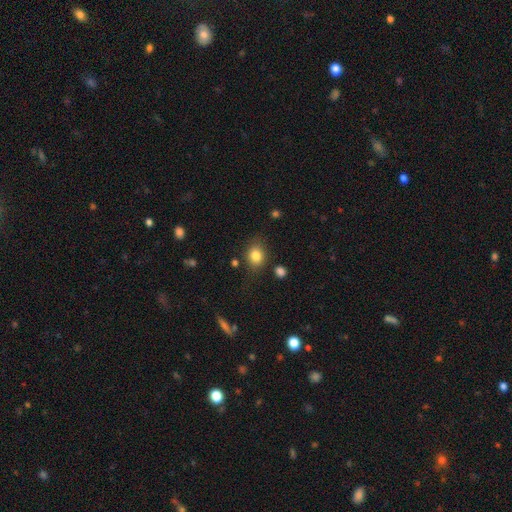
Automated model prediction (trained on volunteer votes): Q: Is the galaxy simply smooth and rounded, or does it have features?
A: smooth — 82%.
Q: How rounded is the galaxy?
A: in between — 51%.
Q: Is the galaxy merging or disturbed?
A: none — 76%.